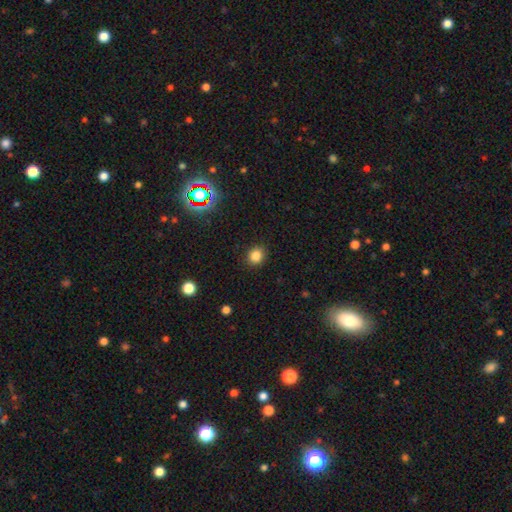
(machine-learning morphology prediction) Smooth or featured?
  - smooth: 82% *
  - star or artifact: 13%
  - featured or disk: 4%
How rounded?
  - round: 77% *
  - in between: 22%
  - cigar-shaped: 1%
Merging?
  - none: 89% *
  - minor disturbance: 8%
  - major disturbance: 2%
  - merger: 1%